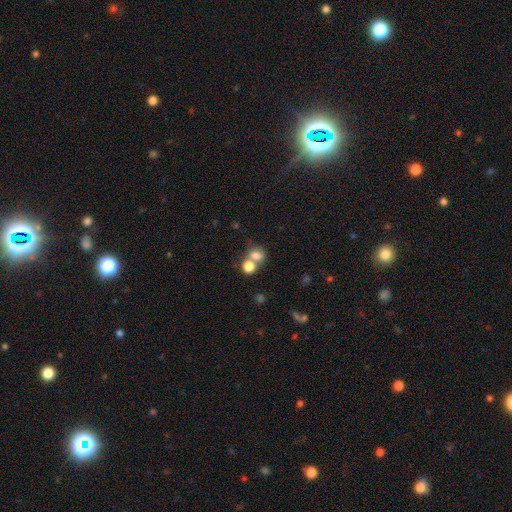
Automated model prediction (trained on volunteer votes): Smooth or featured? Predicted: smooth (p=0.75). How rounded? Predicted: round (p=0.60). Merging? Predicted: merger (p=0.50).